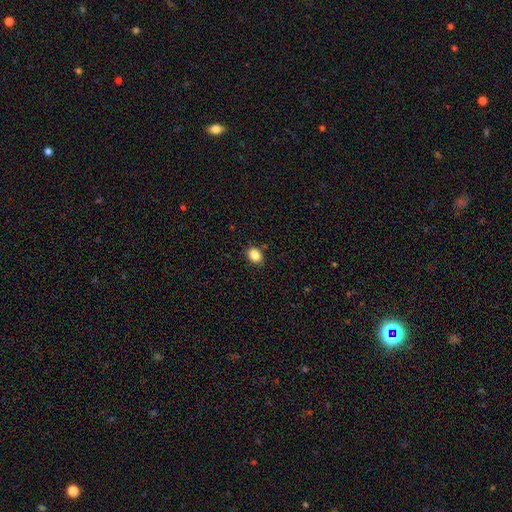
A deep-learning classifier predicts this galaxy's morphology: A smooth galaxy with no disk features (87%) that is in between round and cigar-shaped (75%). Merging: none (81%).